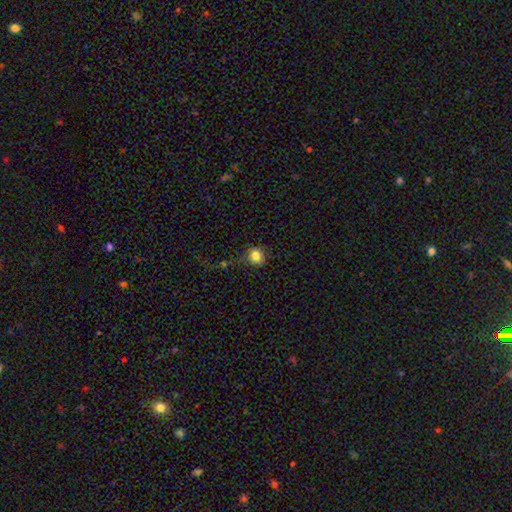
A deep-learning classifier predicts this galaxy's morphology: This appears to be a smooth galaxy with no disk features (83%) that is round (83%). Merging: none (75%).